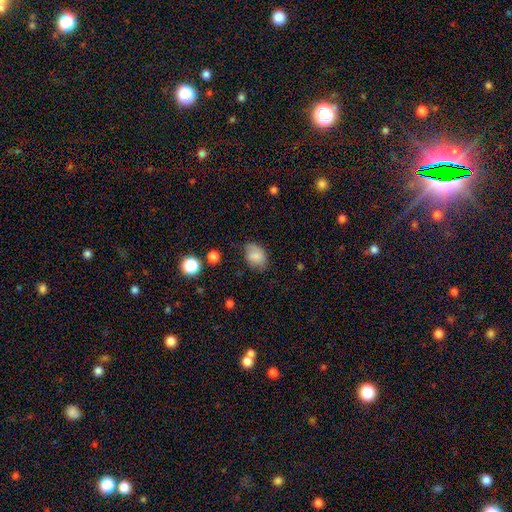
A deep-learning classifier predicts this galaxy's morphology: A smooth galaxy with no disk features (74%) that is in between round and cigar-shaped (68%). Merging: none (63%).